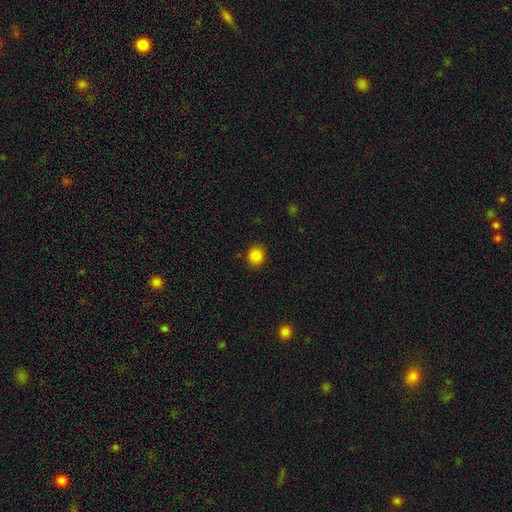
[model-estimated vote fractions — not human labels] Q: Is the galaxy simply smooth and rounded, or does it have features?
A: smooth — 85%.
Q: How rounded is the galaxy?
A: round — 76%.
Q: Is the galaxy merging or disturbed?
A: none — 88%.